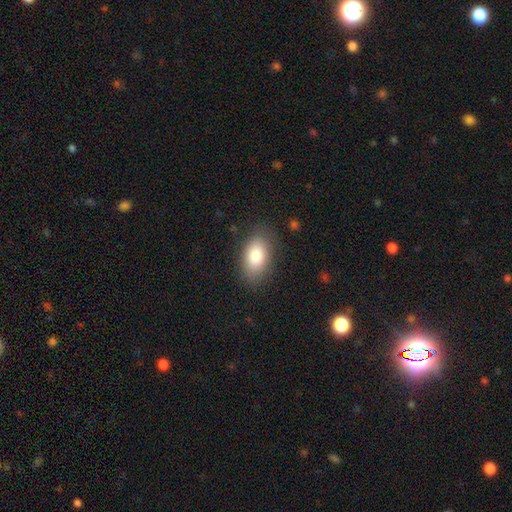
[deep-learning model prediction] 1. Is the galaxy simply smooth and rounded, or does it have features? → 84% smooth, 9% featured or disk, 7% star or artifact.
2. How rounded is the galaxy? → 92% in between, 5% round, 2% cigar-shaped.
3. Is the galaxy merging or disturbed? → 83% none, 12% minor disturbance, 4% major disturbance, 1% merger.